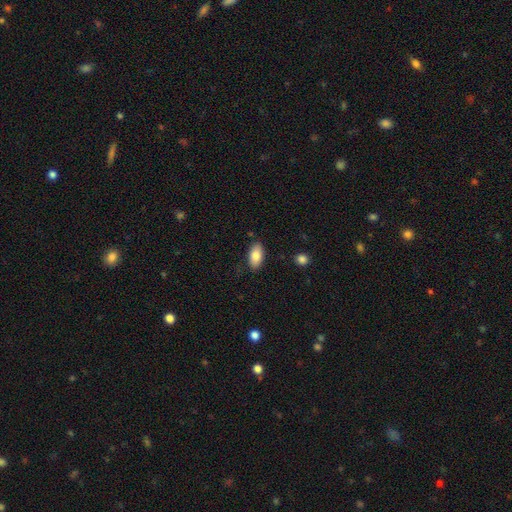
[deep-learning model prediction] Q: Smooth or featured?
A: smooth (83%); runner-up: featured or disk (11%)
Q: How rounded?
A: in between (93%); runner-up: cigar-shaped (5%)
Q: Merging?
A: none (84%); runner-up: minor disturbance (12%)